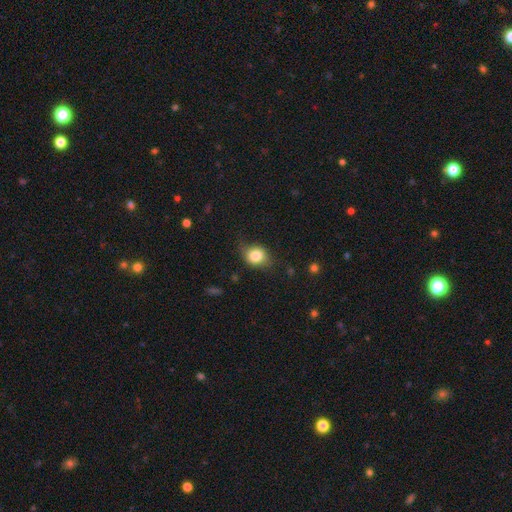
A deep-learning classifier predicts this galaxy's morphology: Smooth or featured: smooth — 80% (featured or disk — 11%)
How rounded: round — 62% (in between — 36%)
Merging: none — 63% (minor disturbance — 27%)